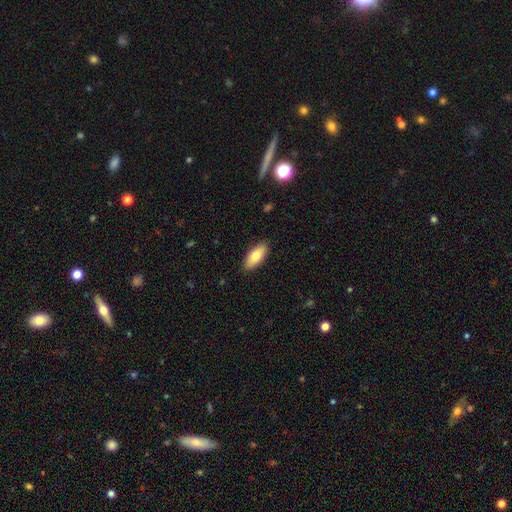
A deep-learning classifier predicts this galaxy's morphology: Smooth or featured? Predicted: smooth (p=0.79). How rounded? Predicted: in between (p=0.83). Merging? Predicted: none (p=0.89).